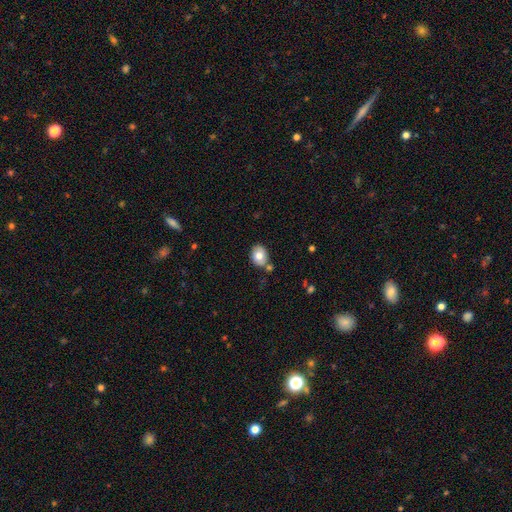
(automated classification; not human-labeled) A smooth galaxy with no disk features (74%) that is round (52%).

Vote fractions:
- Smooth or featured? smooth: 74% / featured or disk: 16% / star or artifact: 9%
- How rounded? round: 52% / in between: 47% / cigar-shaped: 1%
- Merging? none: 69% / minor disturbance: 15% / merger: 13% / major disturbance: 3%